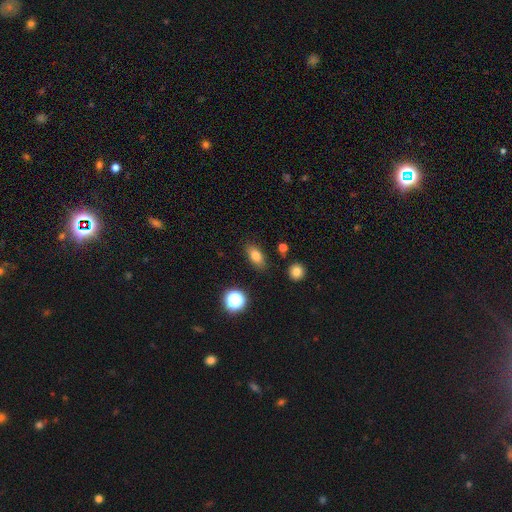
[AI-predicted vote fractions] A smooth galaxy with no disk features (79%) that is in between round and cigar-shaped (82%). Merging: none (84%).